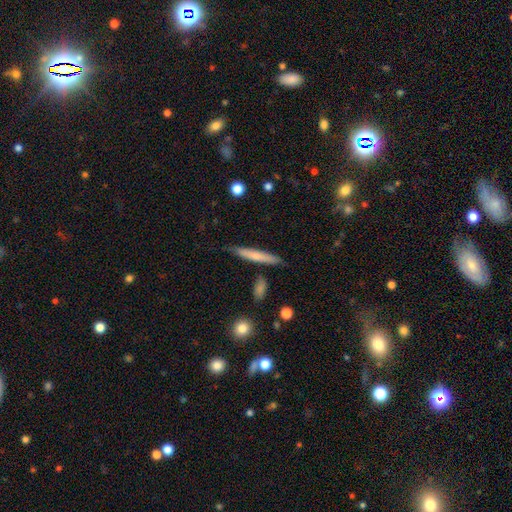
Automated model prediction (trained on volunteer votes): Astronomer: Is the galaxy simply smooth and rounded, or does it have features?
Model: smooth — 61%.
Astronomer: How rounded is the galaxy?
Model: cigar-shaped — 93%.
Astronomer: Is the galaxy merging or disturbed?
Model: none — 81%.